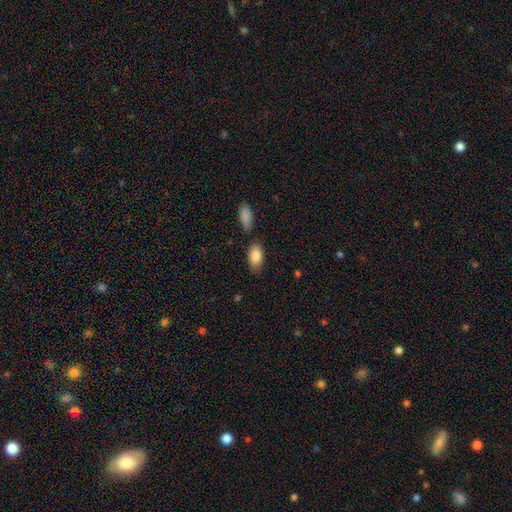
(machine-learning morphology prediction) type=smooth (85%); roundness=in between (93%); merging=none (78%).